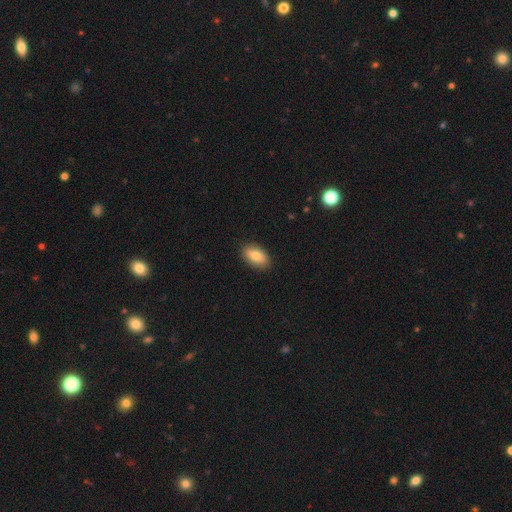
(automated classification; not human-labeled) A smooth galaxy with no disk features (82%) that is in between round and cigar-shaped (92%).

Vote fractions:
- Smooth or featured? smooth: 82% / featured or disk: 12% / star or artifact: 7%
- How rounded? in between: 92% / round: 5% / cigar-shaped: 3%
- Merging? none: 88% / minor disturbance: 9% / major disturbance: 2% / merger: 1%